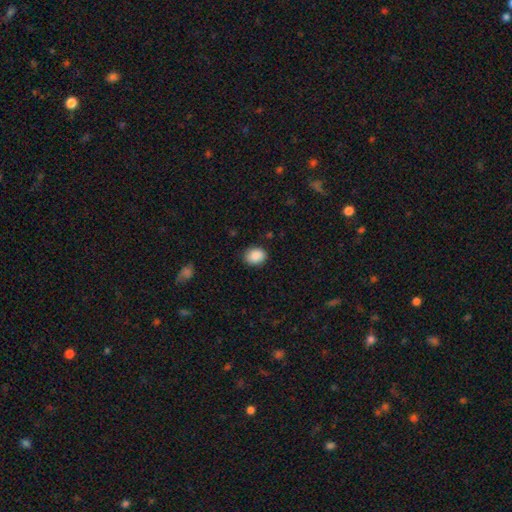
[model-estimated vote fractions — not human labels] Q: Smooth or featured?
A: smooth (89%); runner-up: star or artifact (8%)
Q: How rounded?
A: in between (54%); runner-up: round (45%)
Q: Merging?
A: none (84%); runner-up: minor disturbance (12%)